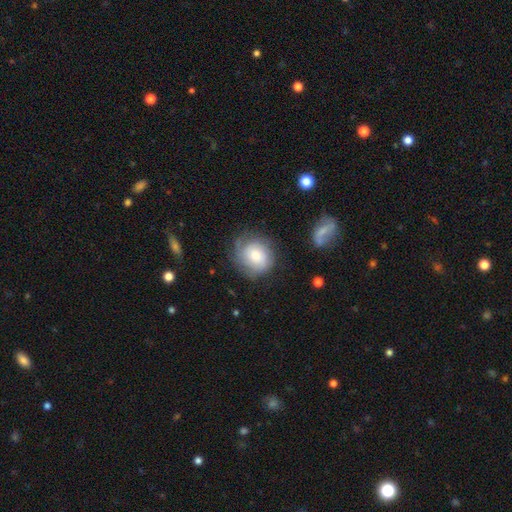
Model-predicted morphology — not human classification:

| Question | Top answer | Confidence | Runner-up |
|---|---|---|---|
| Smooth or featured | smooth | 50% | featured or disk (42%) |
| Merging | none | 66% | minor disturbance (22%) |